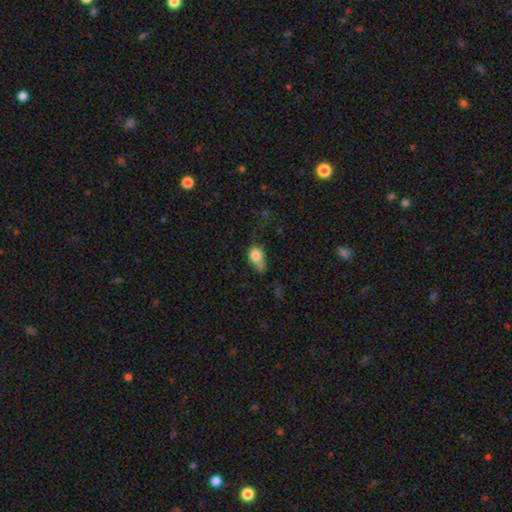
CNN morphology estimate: This is likely a smooth galaxy (79%). How rounded: likely in between (77%). Merging: marginally minor disturbance (42%).